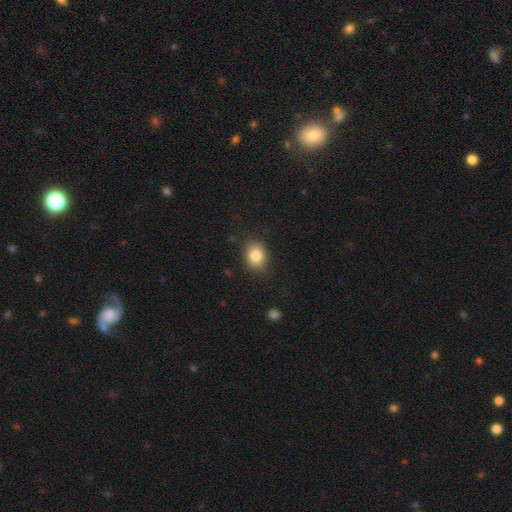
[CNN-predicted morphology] smooth-or-featured: smooth: 84% | star or artifact: 9% | featured or disk: 7%
  how-rounded: in between: 57% | round: 42% | cigar-shaped: 1%
  merging: none: 84% | minor disturbance: 12% | major disturbance: 3% | merger: 1%